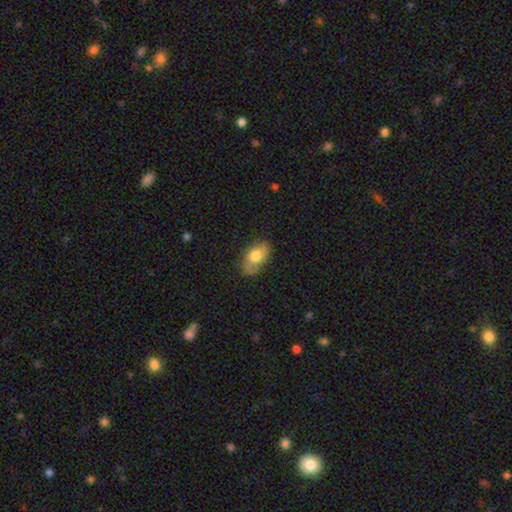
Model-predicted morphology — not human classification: Smooth or featured? smooth (75%)
How rounded? in between (91%)
Merging? none (70%)